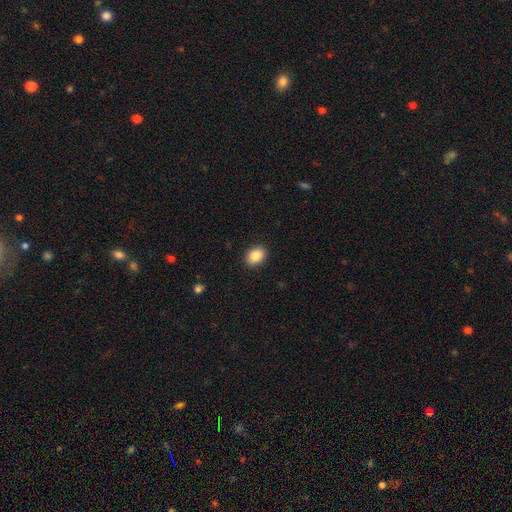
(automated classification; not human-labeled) smooth-or-featured: smooth: 87% | star or artifact: 8% | featured or disk: 5%
  how-rounded: in between: 60% | round: 39% | cigar-shaped: 1%
  merging: none: 90% | minor disturbance: 7% | major disturbance: 2% | merger: 1%